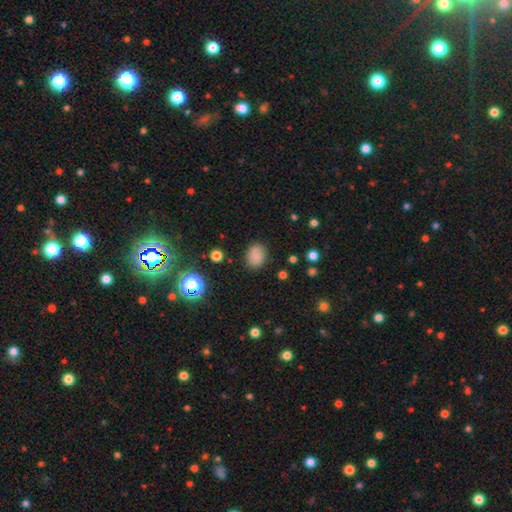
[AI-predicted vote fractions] This is clearly a smooth galaxy (82%). How rounded: possibly in between (59%). Merging: clearly none (84%).